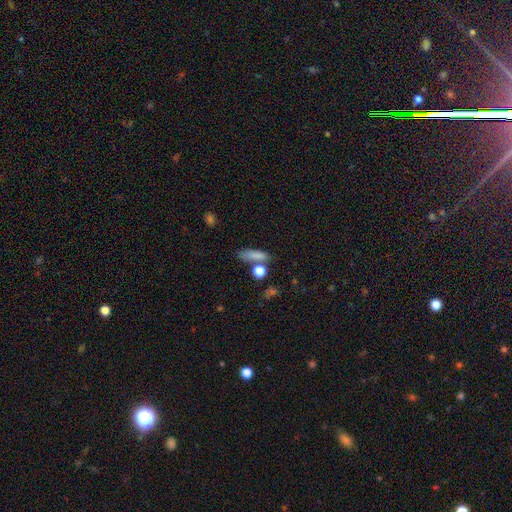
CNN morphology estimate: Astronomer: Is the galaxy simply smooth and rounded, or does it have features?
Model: smooth — 79%.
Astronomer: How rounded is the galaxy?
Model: cigar-shaped — 49% (runner-up: in between, 40%).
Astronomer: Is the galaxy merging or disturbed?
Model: none — 65%.